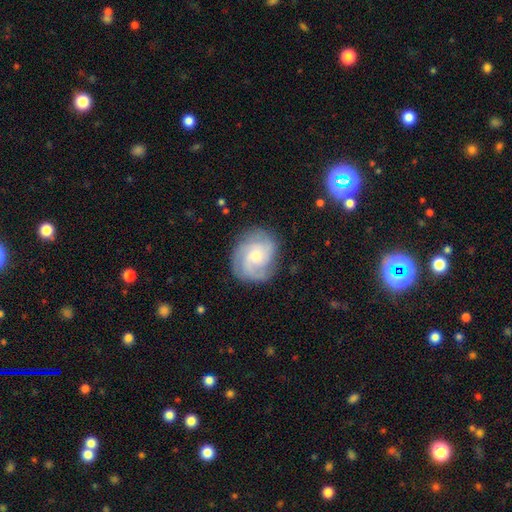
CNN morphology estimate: type=featured or disk (78%); edge-on=no (98%); bar=no (69%); spiral arms=yes (96%); winding=tight (49%); arm count=3 (43%); bulge=moderate (50%); merging=none (78%).